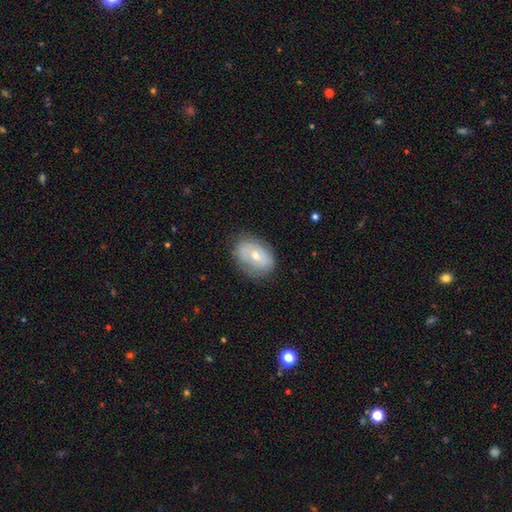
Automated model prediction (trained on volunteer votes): Smooth or featured? smooth (58%)
How rounded? in between (76%)
Merging? none (73%)